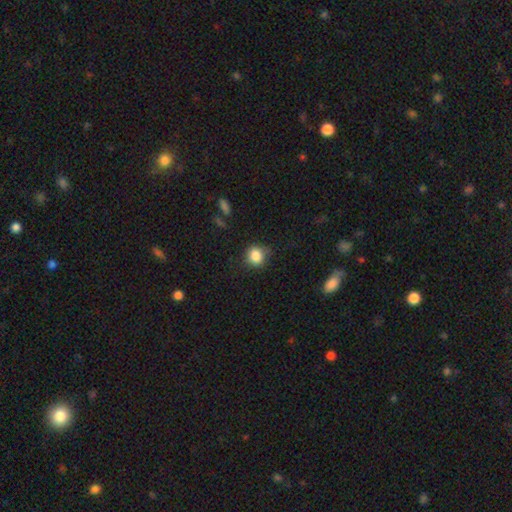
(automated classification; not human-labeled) The model was most divided on "how rounded": round: 77%, in between: 22%, cigar-shaped: 1%. More confident: smooth or featured — smooth (85%); merging — none (74%).